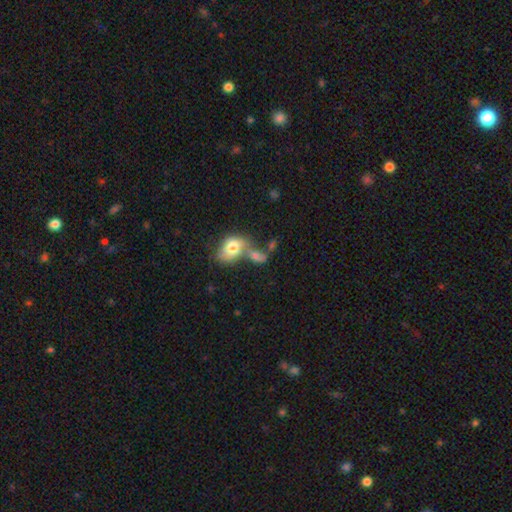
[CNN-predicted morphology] Q: Smooth or featured?
A: smooth (66%); runner-up: featured or disk (22%)
Q: How rounded?
A: in between (79%); runner-up: round (16%)
Q: Merging?
A: merger (61%); runner-up: none (20%)